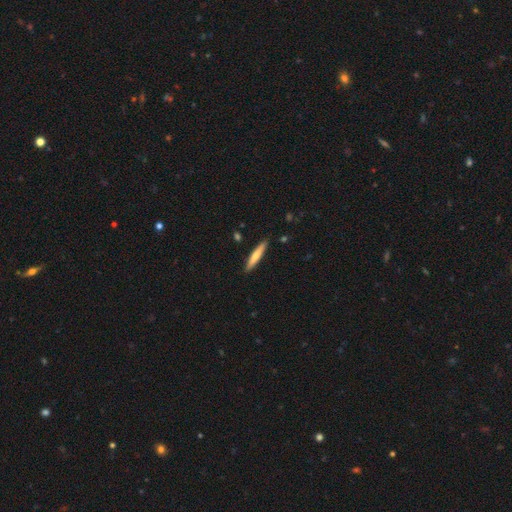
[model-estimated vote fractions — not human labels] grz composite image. It shows a smooth galaxy with no disk features (68%) that is cigar-shaped (92%). Merging: none (90%).